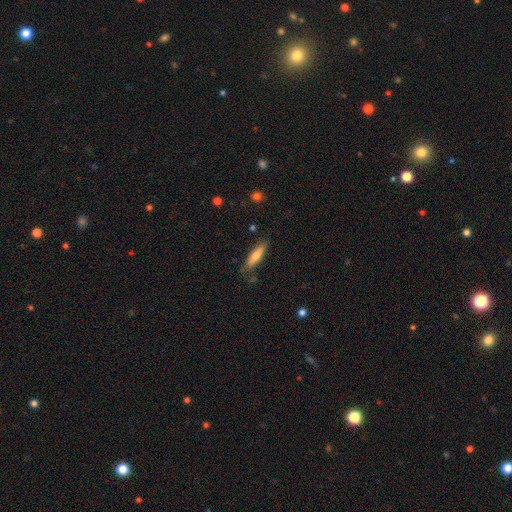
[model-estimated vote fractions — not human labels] The model was most divided on "smooth or featured": smooth: 67%, featured or disk: 26%, star or artifact: 6%. More confident: merging — none (78%); how rounded — cigar-shaped (70%).